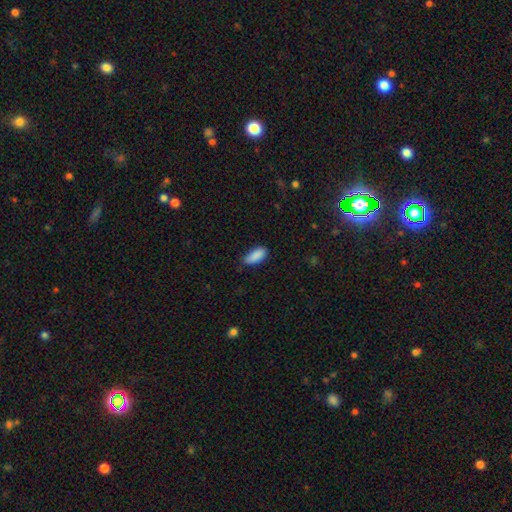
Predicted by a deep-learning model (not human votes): Overall: smooth (88%). How rounded: in between (84%). Merging: none (68%).